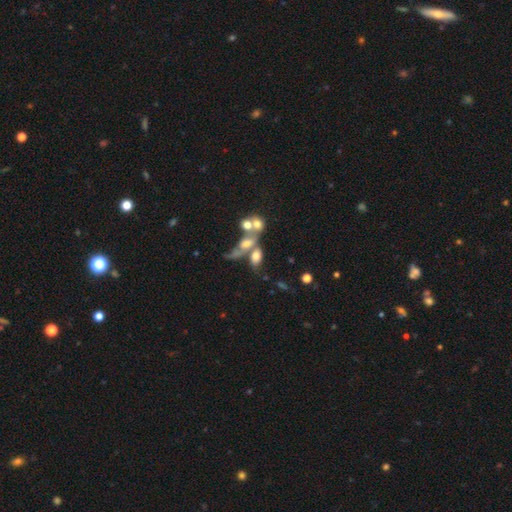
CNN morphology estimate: The model was most divided on "smooth or featured": smooth: 55%, featured or disk: 32%, star or artifact: 14%. More confident: how rounded — in between (80%); merging — merger (55%).